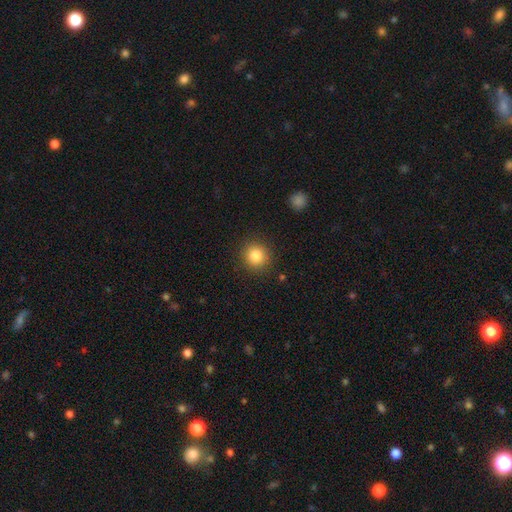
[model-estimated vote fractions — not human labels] A smooth galaxy with no disk features (84%) that is round (91%).

Vote fractions:
- Smooth or featured? smooth: 84% / star or artifact: 11% / featured or disk: 6%
- How rounded? round: 91% / in between: 8% / cigar-shaped: 1%
- Merging? none: 90% / minor disturbance: 7% / major disturbance: 2% / merger: 1%